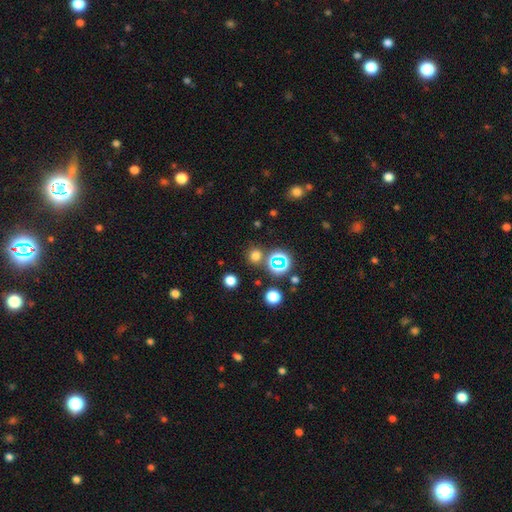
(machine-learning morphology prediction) This appears to be a smooth galaxy with no disk features (66%) that is round (89%). Merging: none (80%).